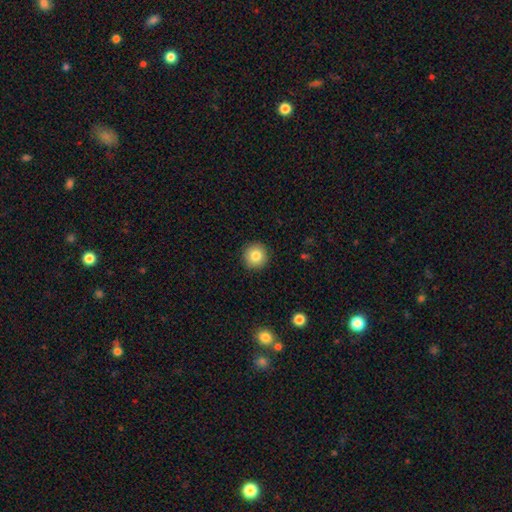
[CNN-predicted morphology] Smooth or featured: smooth — 83% (star or artifact — 9%)
How rounded: round — 95% (in between — 4%)
Merging: none — 92% (minor disturbance — 5%)